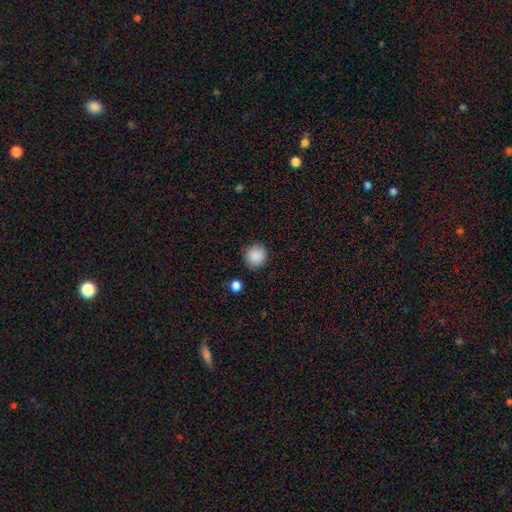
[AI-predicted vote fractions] Smooth or featured? Predicted: smooth (p=0.88). How rounded? Predicted: round (p=0.91). Merging? Predicted: none (p=0.86).